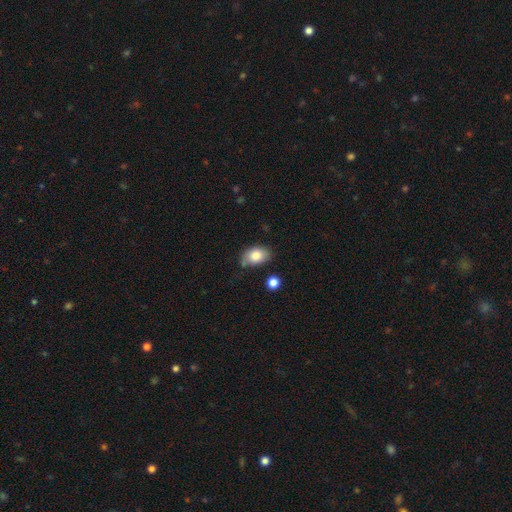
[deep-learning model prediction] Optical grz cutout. It shows a smooth galaxy with no disk features (82%) that is in between round and cigar-shaped (86%). Merging: none (64%).